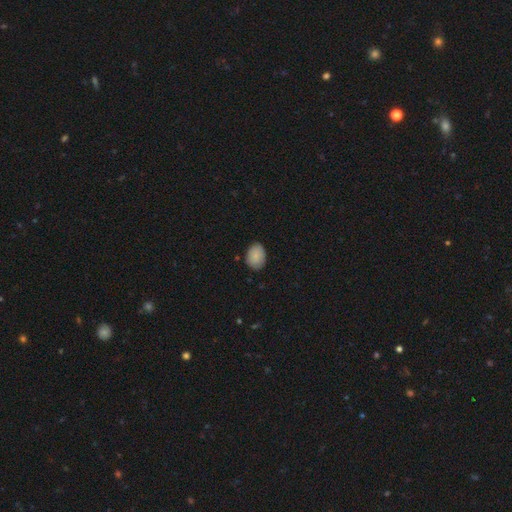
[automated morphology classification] This appears to be a smooth galaxy with no disk features (86%) that is in between round and cigar-shaped (74%). Merging: none (83%).